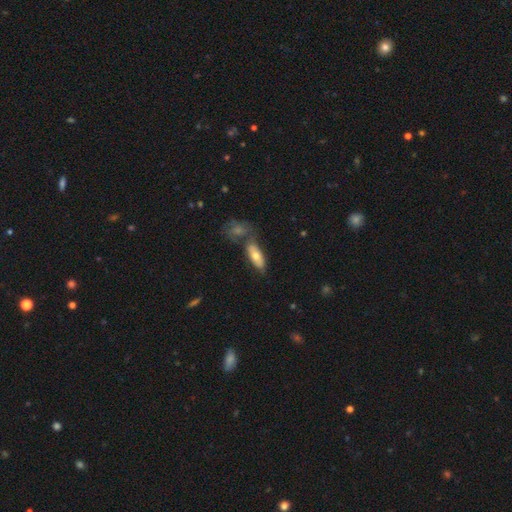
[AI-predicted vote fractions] Smooth or featured?
  - smooth: 63% *
  - featured or disk: 29%
  - star or artifact: 7%
How rounded?
  - in between: 69% *
  - cigar-shaped: 28%
  - round: 3%
Merging?
  - none: 57% *
  - merger: 24%
  - minor disturbance: 15%
  - major disturbance: 4%